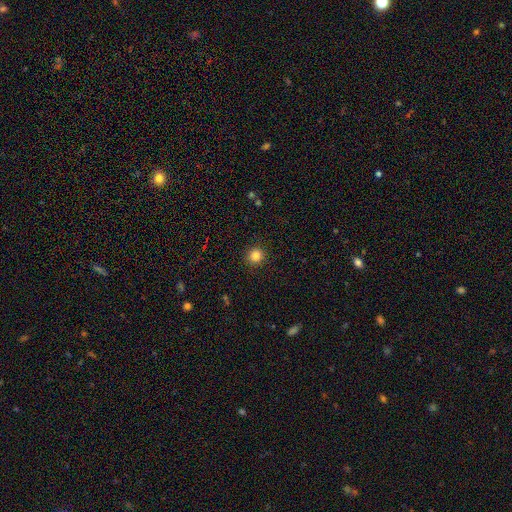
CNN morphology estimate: A smooth galaxy with no disk features (84%) that is round (92%).

Vote fractions:
- Smooth or featured? smooth: 84% / star or artifact: 12% / featured or disk: 4%
- How rounded? round: 92% / in between: 7% / cigar-shaped: 1%
- Merging? none: 91% / minor disturbance: 6% / major disturbance: 2% / merger: 1%